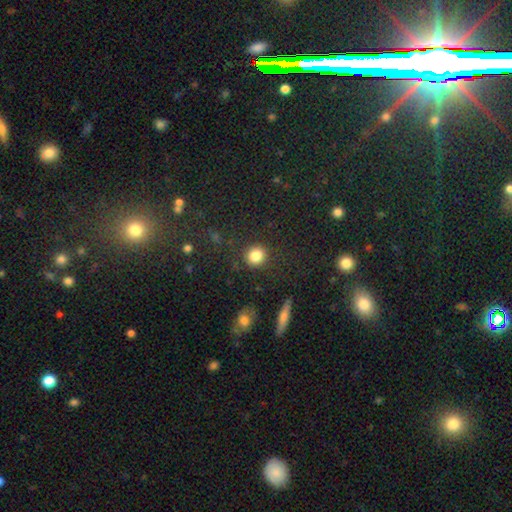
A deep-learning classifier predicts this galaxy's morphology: A smooth galaxy with no disk features (85%) that is round (87%).

Vote fractions:
- Smooth or featured? smooth: 85% / star or artifact: 10% / featured or disk: 5%
- How rounded? round: 87% / in between: 12% / cigar-shaped: 1%
- Merging? none: 87% / minor disturbance: 8% / major disturbance: 3% / merger: 2%